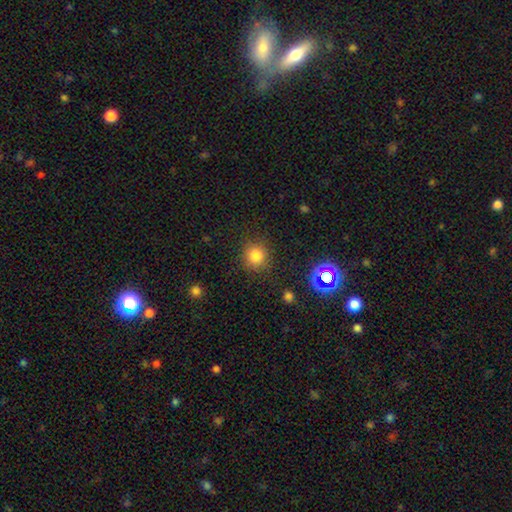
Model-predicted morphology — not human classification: Q: Smooth or featured?
A: smooth (79%); runner-up: star or artifact (16%)
Q: How rounded?
A: round (91%); runner-up: in between (8%)
Q: Merging?
A: none (86%); runner-up: minor disturbance (9%)